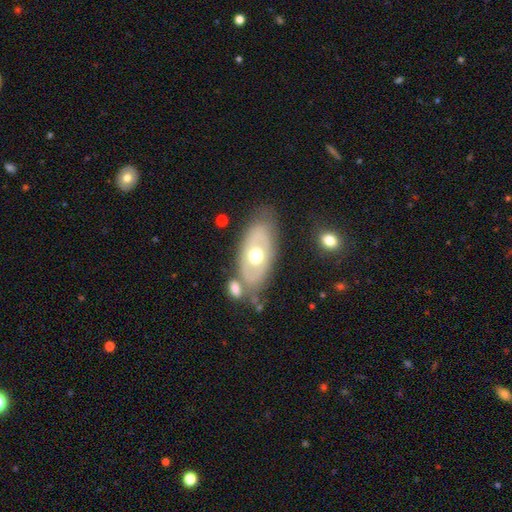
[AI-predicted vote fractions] smooth_or_featured: featured or disk (p=0.53) [alt: smooth p=0.41]
disk_edge_on: no (p=0.85) [alt: yes p=0.15]
merging: none (p=0.67) [alt: minor disturbance p=0.15]